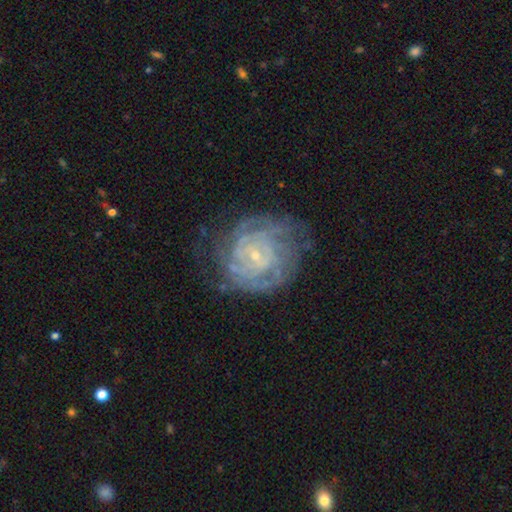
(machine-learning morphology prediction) This is clearly a featured or disk galaxy (84%). It is clearly not viewed edge-on (97%). Bar: likely no (65%). Spiral arm pattern: clearly yes (93%). Spiral arm count: marginally can't tell (41%). Spiral winding: likely tight (77%). Central bulge: clearly small (83%). Merging: likely none (69%).